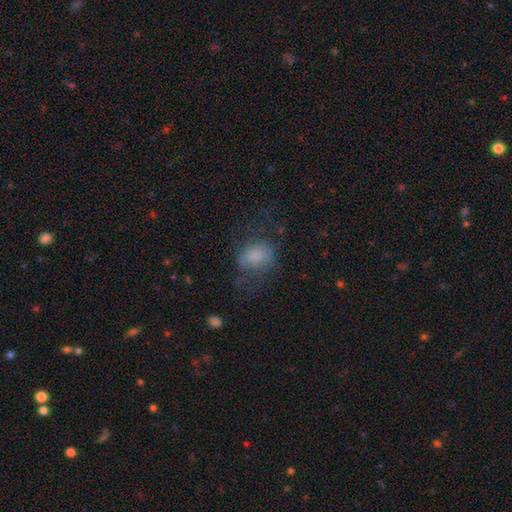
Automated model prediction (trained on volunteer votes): Smooth or featured? smooth (69%)
How rounded? in between (60%)
Merging? none (44%)